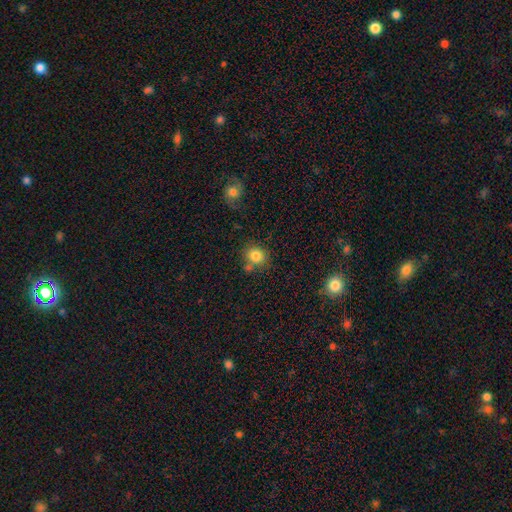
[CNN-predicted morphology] Smooth or featured?
  - smooth: 82% *
  - star or artifact: 10%
  - featured or disk: 8%
How rounded?
  - round: 73% *
  - in between: 26%
  - cigar-shaped: 1%
Merging?
  - none: 65% *
  - merger: 17%
  - minor disturbance: 13%
  - major disturbance: 4%